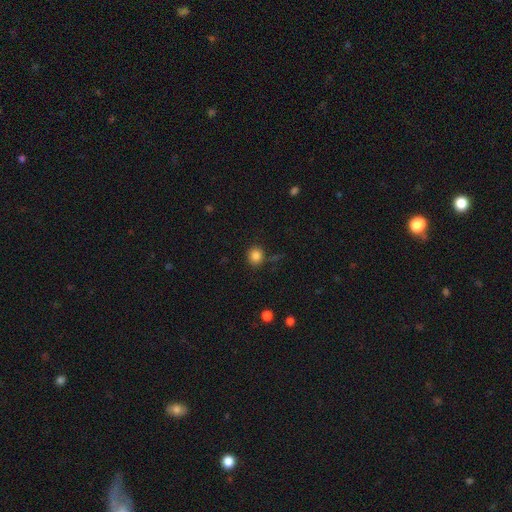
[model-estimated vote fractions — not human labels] This is clearly a smooth galaxy (85%). How rounded: clearly round (84%). Merging: clearly none (84%).